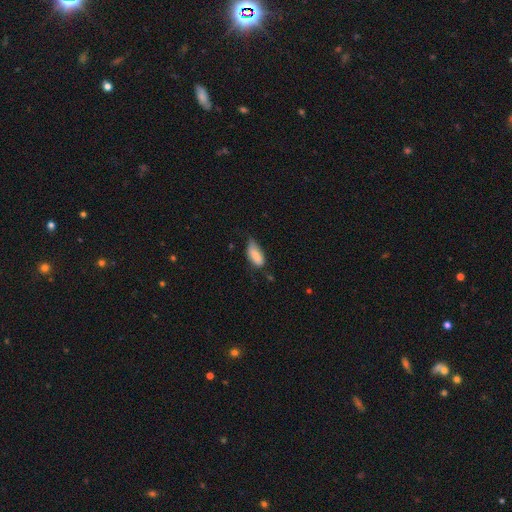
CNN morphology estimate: Smooth or featured? Predicted: smooth (p=0.80). How rounded? Predicted: in between (p=0.85). Merging? Predicted: minor disturbance (p=0.45).